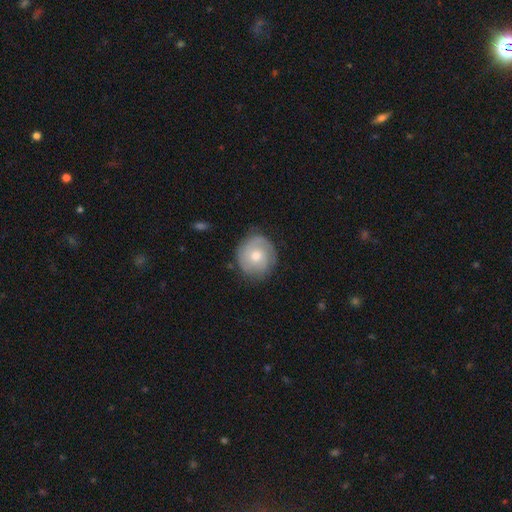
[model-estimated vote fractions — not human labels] Morphology: type=featured or disk (60%); edge-on=no (97%); bar=no (80%); spiral arms=yes (85%); bulge=moderate (67%); merging=none (79%).